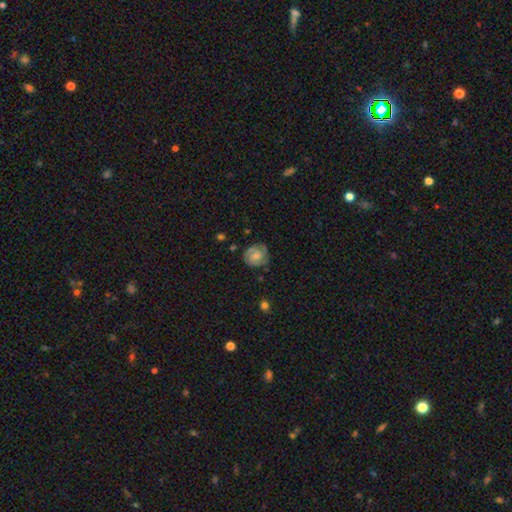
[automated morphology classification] Overall: featured or disk (59%; smooth 33%). Edge-on disk: no (98%). Bar: no (67%; weak 29%). Spiral arms: yes (89%). Spiral arm count: 2 (47%; can't tell 25%). Spiral winding: tight (63%; medium 29%). Bulge size: small (44%; moderate 42%). Merging: none (73%).